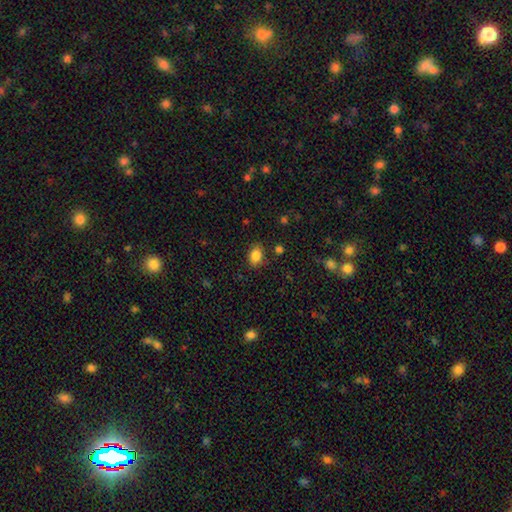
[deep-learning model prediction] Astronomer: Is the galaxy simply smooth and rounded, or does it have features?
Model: smooth — 85%.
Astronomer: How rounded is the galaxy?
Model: in between — 74%.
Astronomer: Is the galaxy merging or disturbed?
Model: none — 80%.